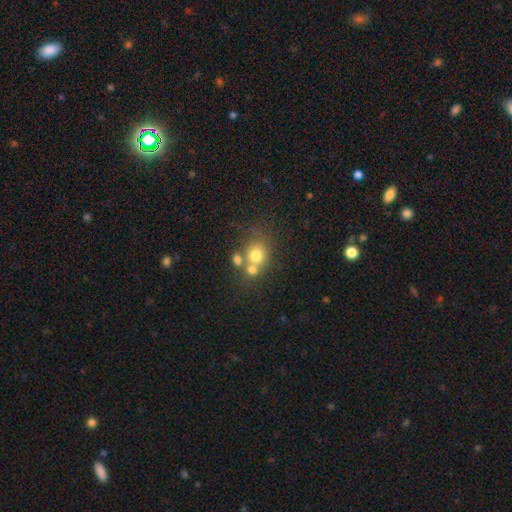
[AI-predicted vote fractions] smooth_or_featured: smooth (p=0.69) [alt: featured or disk p=0.17]
how_rounded: round (p=0.71) [alt: in between p=0.28]
merging: none (p=0.43) [tied with: merger p=0.43]